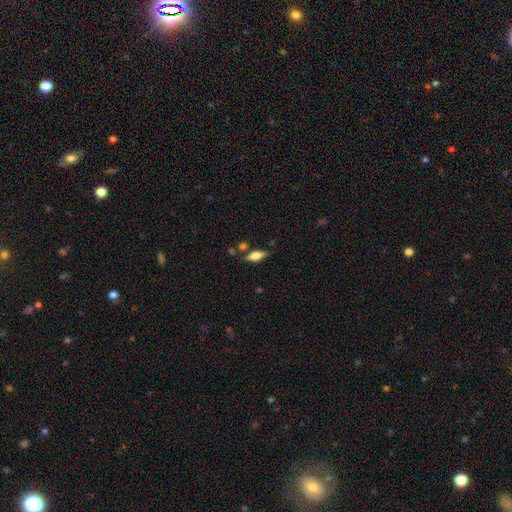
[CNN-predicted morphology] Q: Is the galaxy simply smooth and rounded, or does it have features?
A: smooth — 59%.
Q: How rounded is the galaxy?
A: in between — 68%.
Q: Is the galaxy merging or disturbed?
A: none — 75%.